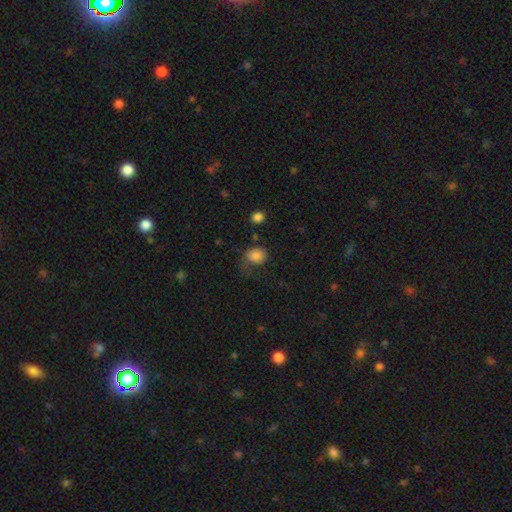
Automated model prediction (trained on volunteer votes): Overall: smooth (83%). How rounded: round (55%; in between 44%). Merging: none (53%; minor disturbance 25%).